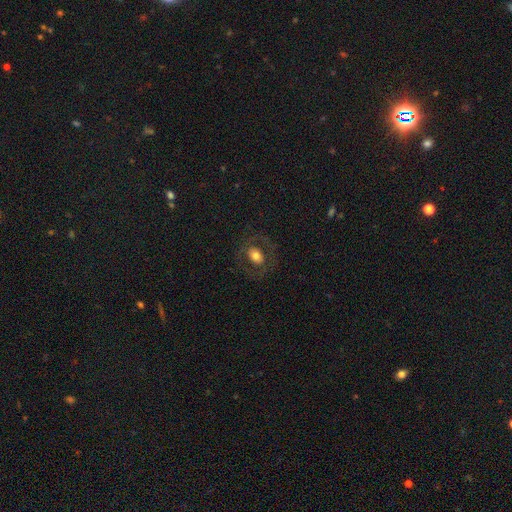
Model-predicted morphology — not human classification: Smooth or featured? smooth (58%)
How rounded? round (52%)
Merging? none (79%)